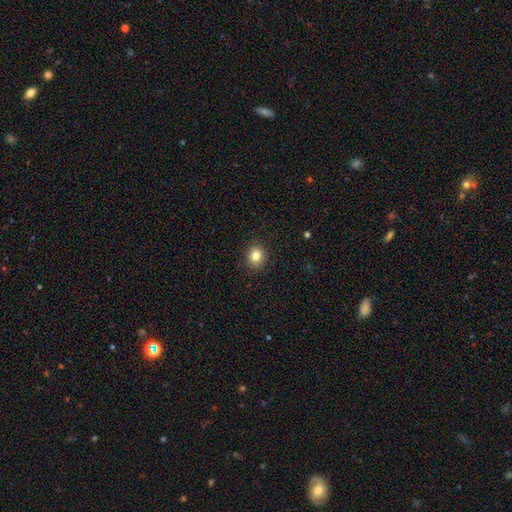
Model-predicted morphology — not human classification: Smooth or featured? Predicted: smooth (p=0.84). How rounded? Predicted: round (p=0.70). Merging? Predicted: none (p=0.90).